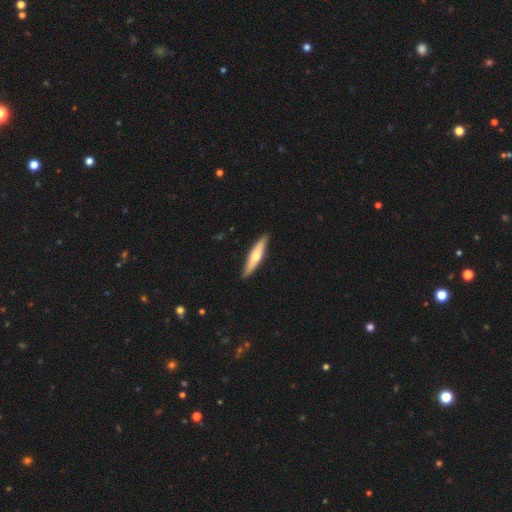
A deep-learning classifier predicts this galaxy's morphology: Smooth or featured? smooth (51%)
How rounded? cigar-shaped (87%)
Merging? none (89%)